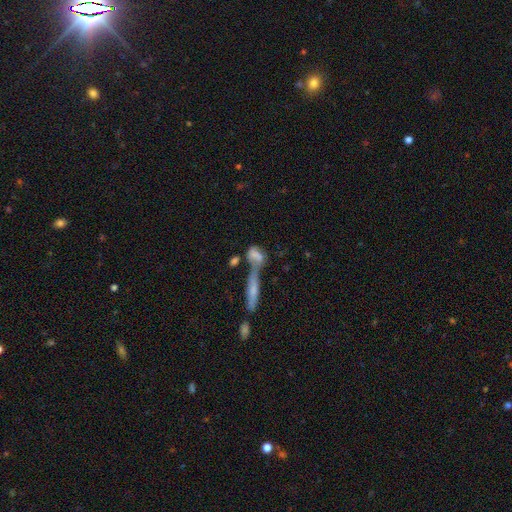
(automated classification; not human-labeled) smooth_or_featured: smooth (p=0.61) [alt: featured or disk p=0.29]
how_rounded: in between (p=0.56) [alt: cigar-shaped p=0.34]
merging: merger (p=0.62) [alt: none p=0.19]